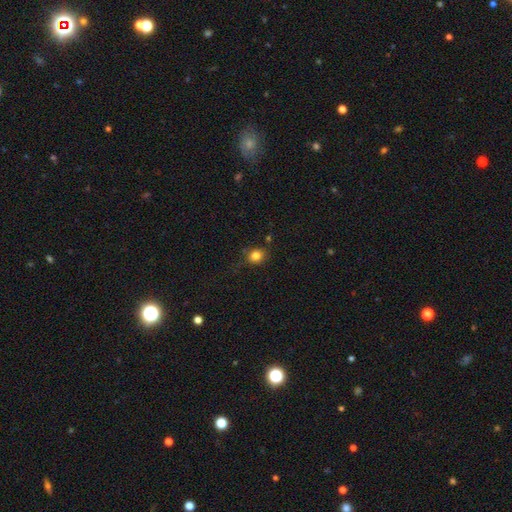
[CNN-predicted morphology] A smooth galaxy with no disk features (82%) that is round (74%). Merging: none (75%).